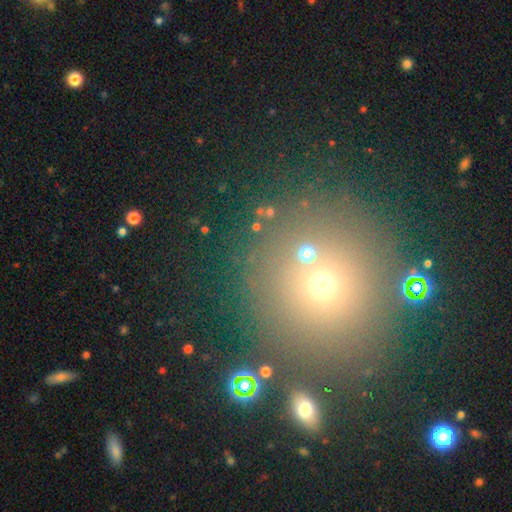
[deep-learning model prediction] Smooth or featured? Predicted: smooth (p=0.54). How rounded? Predicted: round (p=0.91). Merging? Predicted: none (p=0.77).